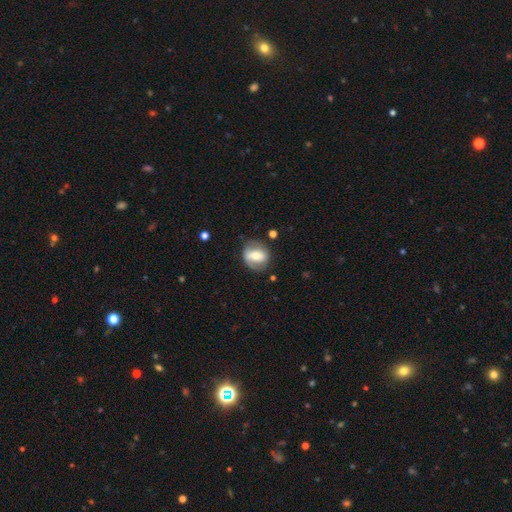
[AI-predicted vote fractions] Q: Smooth or featured?
A: featured or disk (51%); runner-up: smooth (42%)
Q: Edge-on disk?
A: no (93%); runner-up: yes (7%)
Q: Merging?
A: none (73%); runner-up: minor disturbance (17%)